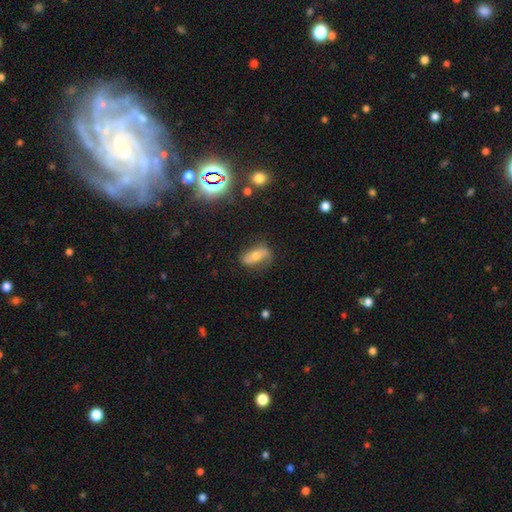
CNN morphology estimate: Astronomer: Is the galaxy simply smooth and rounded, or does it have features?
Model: featured or disk — 43% (runner-up: smooth, 41%).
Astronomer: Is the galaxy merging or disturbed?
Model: none — 71%.